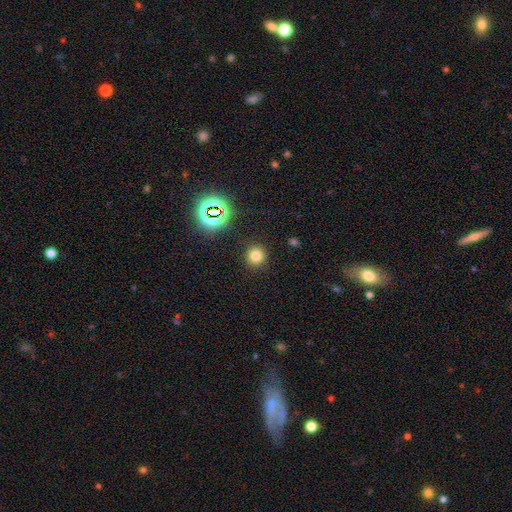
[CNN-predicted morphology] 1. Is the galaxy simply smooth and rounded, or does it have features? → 74% smooth, 20% star or artifact, 6% featured or disk.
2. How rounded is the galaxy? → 92% round, 7% in between, 1% cigar-shaped.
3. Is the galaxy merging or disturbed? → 89% none, 6% minor disturbance, 3% major disturbance, 2% merger.